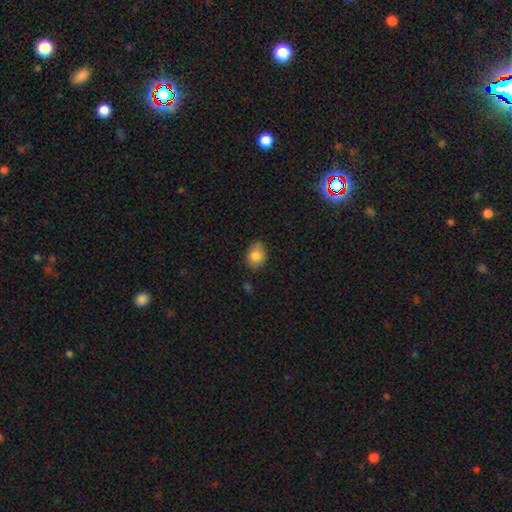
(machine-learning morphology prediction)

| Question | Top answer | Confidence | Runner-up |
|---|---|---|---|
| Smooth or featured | smooth | 81% | featured or disk (10%) |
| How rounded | in between | 60% | round (39%) |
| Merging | none | 72% | minor disturbance (22%) |